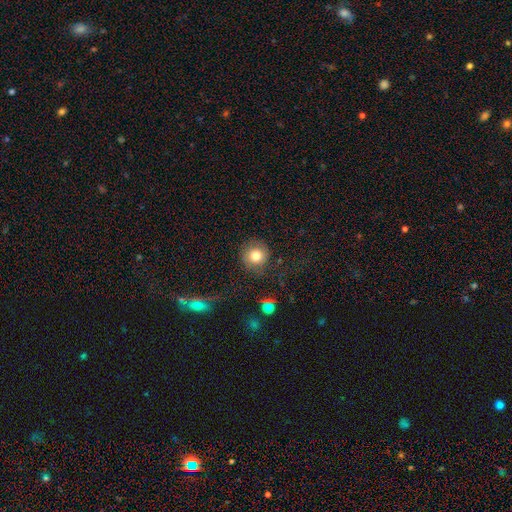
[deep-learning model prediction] Q: Smooth or featured?
A: smooth (78%); runner-up: featured or disk (12%)
Q: How rounded?
A: round (93%); runner-up: in between (6%)
Q: Merging?
A: none (78%); runner-up: minor disturbance (12%)